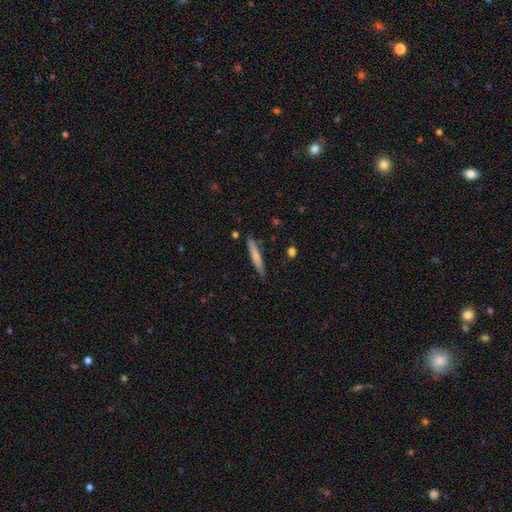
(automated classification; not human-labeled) Smooth or featured?
  - smooth: 70% *
  - featured or disk: 24%
  - star or artifact: 6%
How rounded?
  - cigar-shaped: 95% *
  - in between: 4%
  - round: 1%
Merging?
  - none: 86% *
  - minor disturbance: 11%
  - major disturbance: 2%
  - merger: 2%